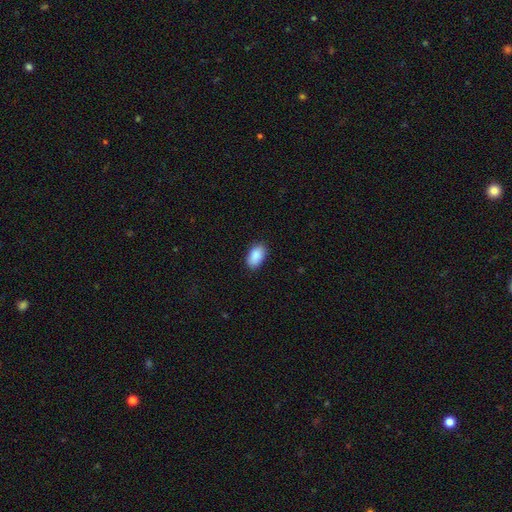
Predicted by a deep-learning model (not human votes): Smooth or featured? Predicted: smooth (p=0.90). How rounded? Predicted: in between (p=0.94). Merging? Predicted: none (p=0.86).